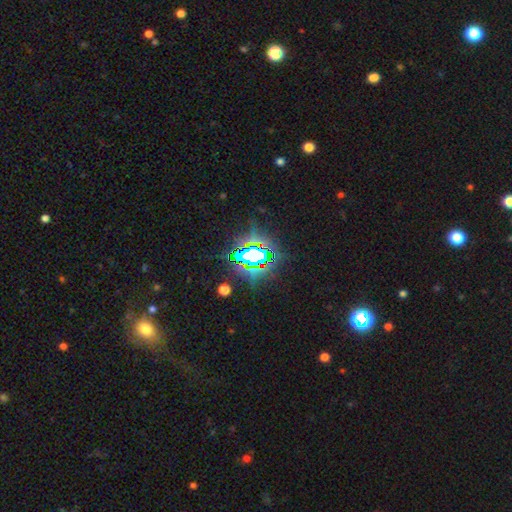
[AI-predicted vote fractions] Smooth or featured? star or artifact (75%)